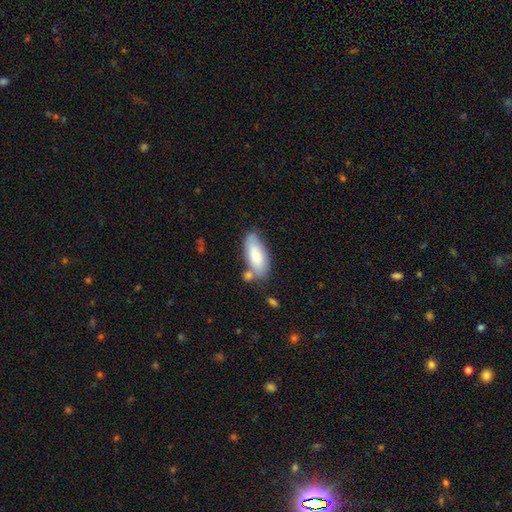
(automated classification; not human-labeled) smooth 82%, featured or disk 12%, star or artifact 6%. Down the decision tree: how rounded — in between (83%); merging — none (60%).